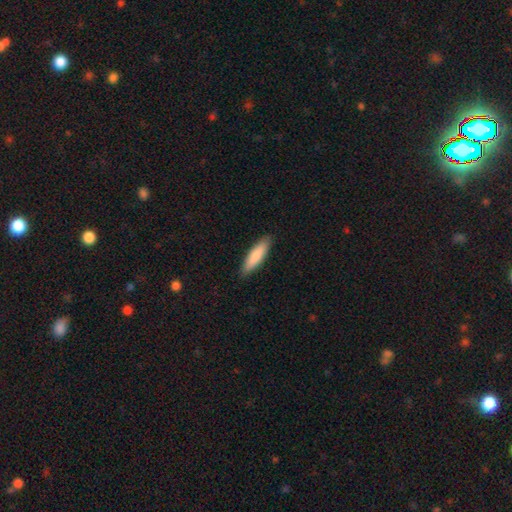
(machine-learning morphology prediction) This is clearly a smooth galaxy (84%). How rounded: likely cigar-shaped (71%). Merging: clearly none (89%).